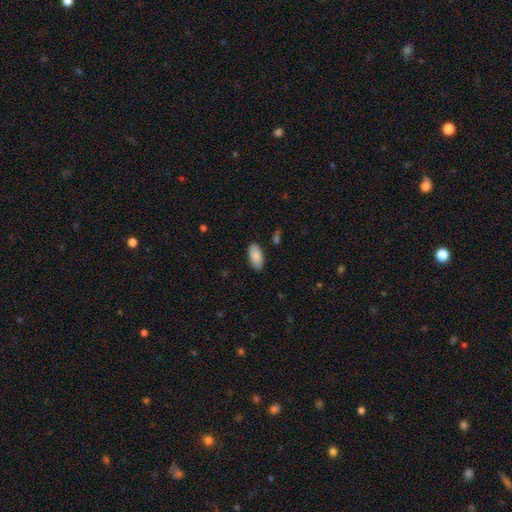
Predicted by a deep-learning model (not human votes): Morphology: type=smooth (88%); roundness=in between (92%); merging=none (87%).